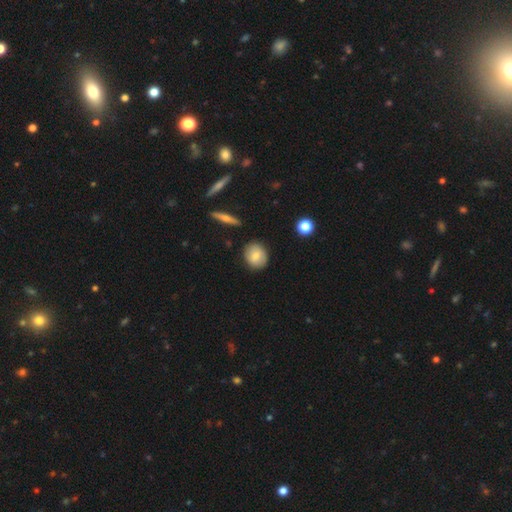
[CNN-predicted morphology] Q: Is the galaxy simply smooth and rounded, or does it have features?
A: smooth — 76%.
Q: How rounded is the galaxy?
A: round — 73%.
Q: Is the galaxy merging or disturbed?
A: none — 86%.